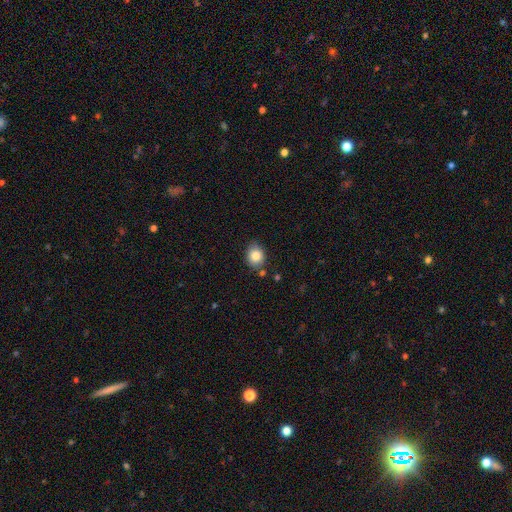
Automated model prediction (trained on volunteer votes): Smooth or featured: smooth — 83% (star or artifact — 9%)
How rounded: round — 58% (in between — 41%)
Merging: none — 78% (minor disturbance — 14%)